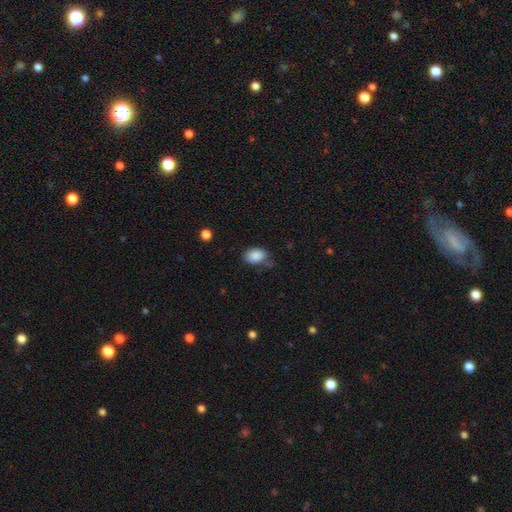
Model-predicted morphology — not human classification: Overall: smooth (88%). How rounded: in between (79%). Merging: none (68%).